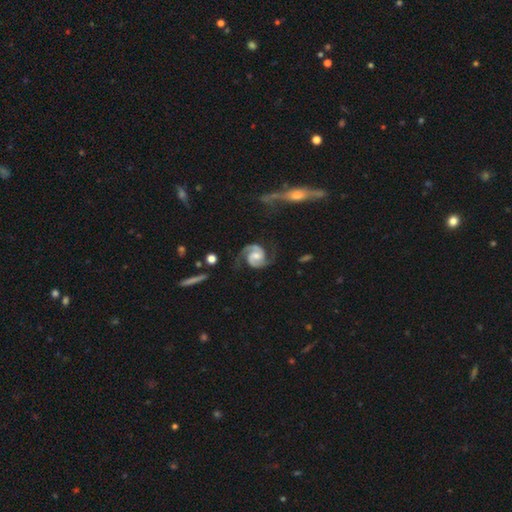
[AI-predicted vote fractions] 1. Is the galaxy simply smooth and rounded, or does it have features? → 92% featured or disk, 4% smooth, 4% star or artifact.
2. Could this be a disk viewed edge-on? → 98% no, 2% yes.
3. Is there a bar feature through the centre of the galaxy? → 48% no, 39% weak, 12% strong.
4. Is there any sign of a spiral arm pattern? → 98% yes, 2% no.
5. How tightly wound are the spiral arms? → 55% medium, 30% tight, 14% loose.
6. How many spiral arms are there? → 94% 2, 2% can't tell, 1% 1, 1% 3, 1% 4, 1% more than 4.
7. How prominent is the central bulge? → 51% moderate, 31% small, 9% none, 8% large, 1% dominant.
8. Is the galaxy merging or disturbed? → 75% none, 15% minor disturbance, 7% major disturbance, 2% merger.